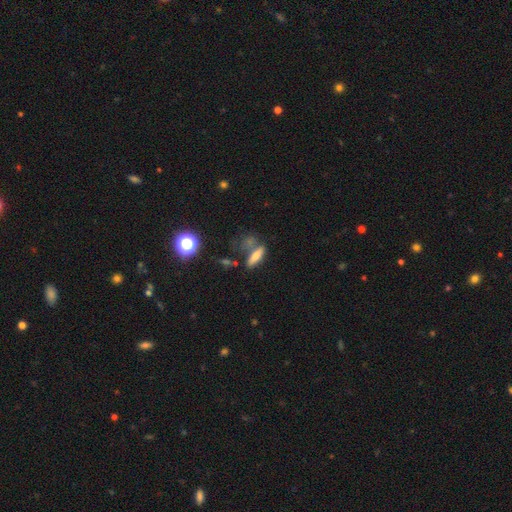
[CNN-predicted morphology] This is likely a smooth galaxy (63%). How rounded: possibly cigar-shaped (54%). Merging: possibly none (57%).